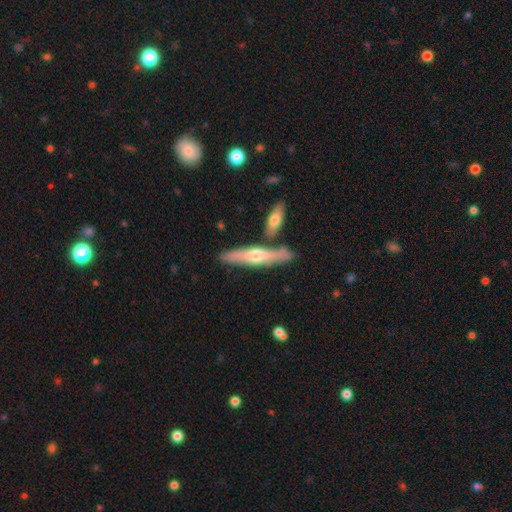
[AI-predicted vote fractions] The model was most divided on "smooth or featured": featured or disk: 52%, smooth: 43%, star or artifact: 5%. More confident: edge-on disk — yes (89%); merging — none (74%).